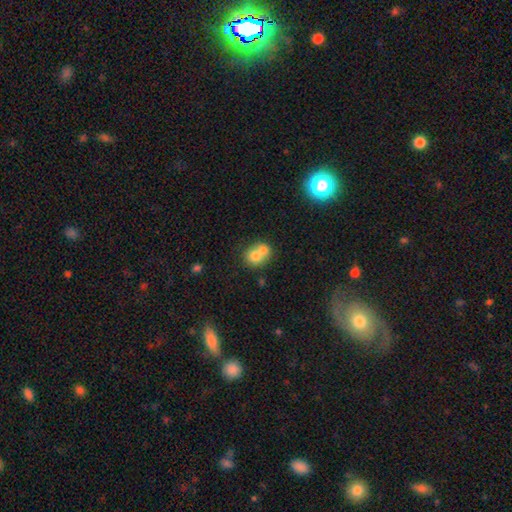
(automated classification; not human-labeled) A smooth galaxy with no disk features (71%) that is round (75%). Merging: merger (63%).